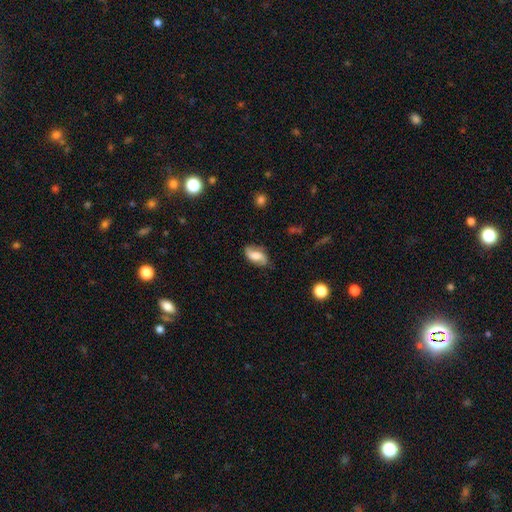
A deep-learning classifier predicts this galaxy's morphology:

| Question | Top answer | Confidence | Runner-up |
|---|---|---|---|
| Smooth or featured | featured or disk | 47% | smooth (45%) |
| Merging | none | 76% | minor disturbance (18%) |